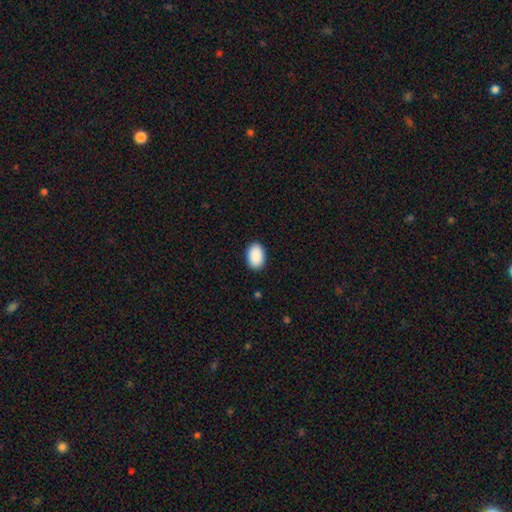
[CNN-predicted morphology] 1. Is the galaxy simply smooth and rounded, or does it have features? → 92% smooth, 6% star or artifact, 2% featured or disk.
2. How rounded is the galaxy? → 90% in between, 9% round, 1% cigar-shaped.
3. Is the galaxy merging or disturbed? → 90% none, 7% minor disturbance, 2% major disturbance, 1% merger.